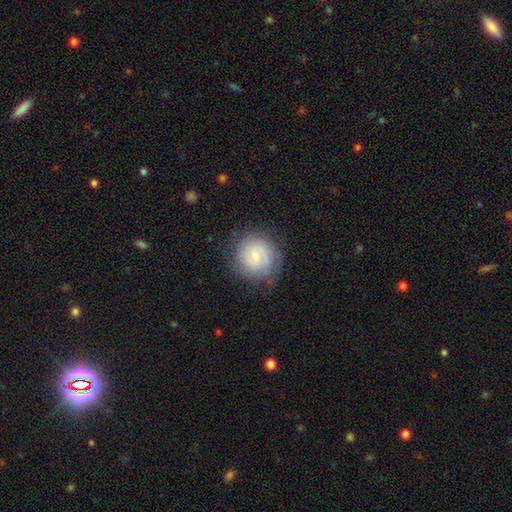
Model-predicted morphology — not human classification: type=smooth (55%); roundness=round (91%); merging=none (74%).